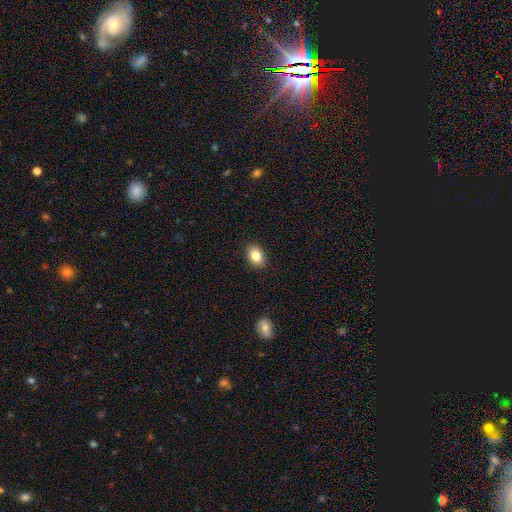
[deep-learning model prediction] This appears to be a smooth galaxy with no disk features (84%) that is in between round and cigar-shaped (78%). Merging: none (89%).